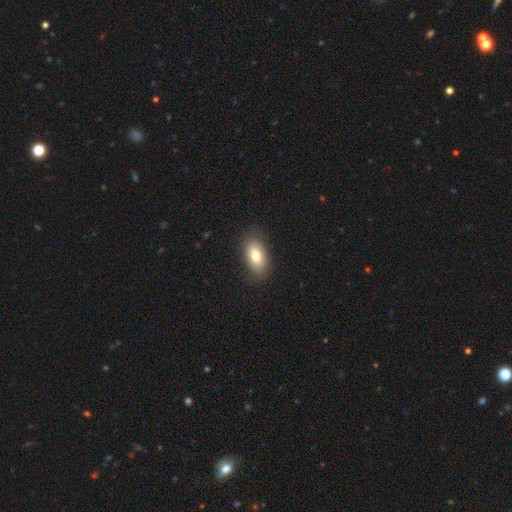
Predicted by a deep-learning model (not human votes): Smooth or featured? Predicted: smooth (p=0.78). How rounded? Predicted: in between (p=0.89). Merging? Predicted: none (p=0.86).